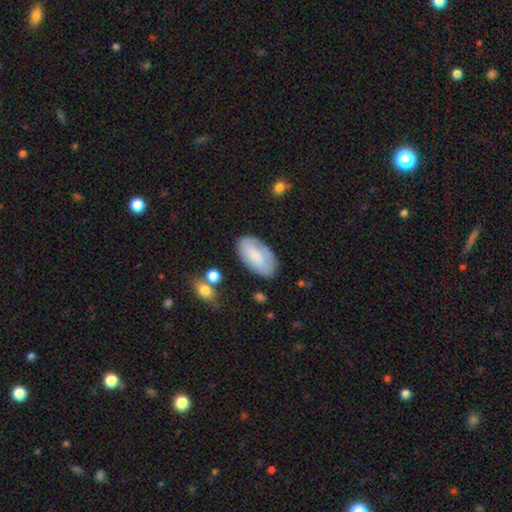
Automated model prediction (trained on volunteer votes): smooth 70%, featured or disk 24%, star or artifact 6%. Down the decision tree: how rounded — in between (95%); merging — none (73%).